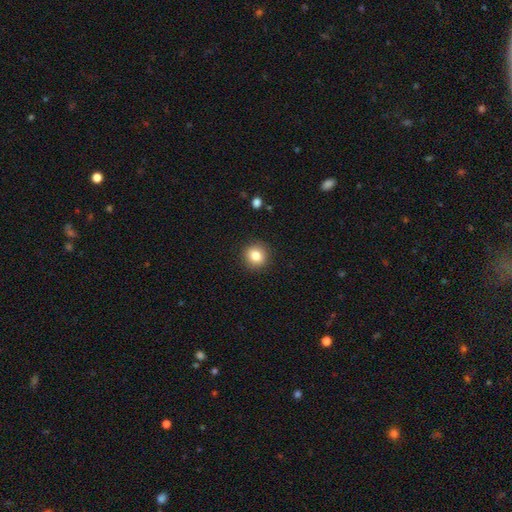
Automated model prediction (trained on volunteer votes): A smooth galaxy with no disk features (82%) that is round (90%).

Vote fractions:
- Smooth or featured? smooth: 82% / star or artifact: 10% / featured or disk: 8%
- How rounded? round: 90% / in between: 9% / cigar-shaped: 1%
- Merging? none: 91% / minor disturbance: 6% / major disturbance: 2% / merger: 1%